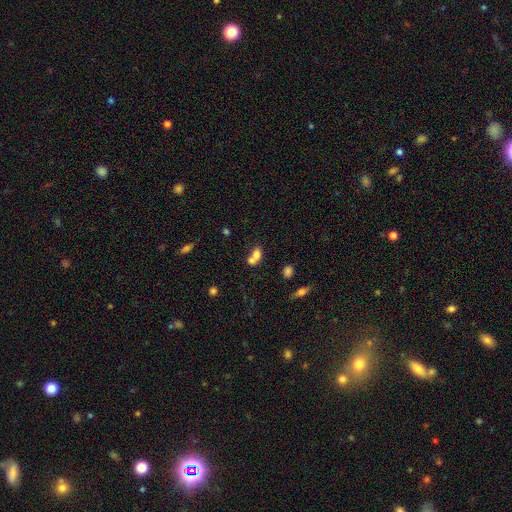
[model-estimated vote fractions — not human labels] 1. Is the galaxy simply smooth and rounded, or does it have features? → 73% smooth, 15% featured or disk, 11% star or artifact.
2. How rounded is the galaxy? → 65% in between, 33% round, 2% cigar-shaped.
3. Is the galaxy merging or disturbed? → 64% merger, 25% none, 7% minor disturbance, 4% major disturbance.